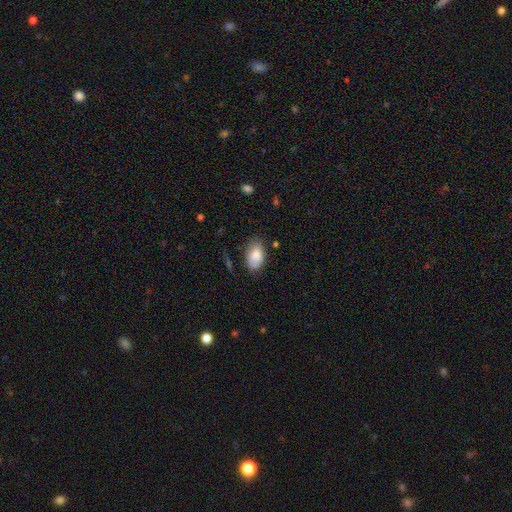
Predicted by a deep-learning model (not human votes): smooth 85%, featured or disk 9%, star or artifact 7%. Down the decision tree: how rounded — in between (93%); merging — none (72%).